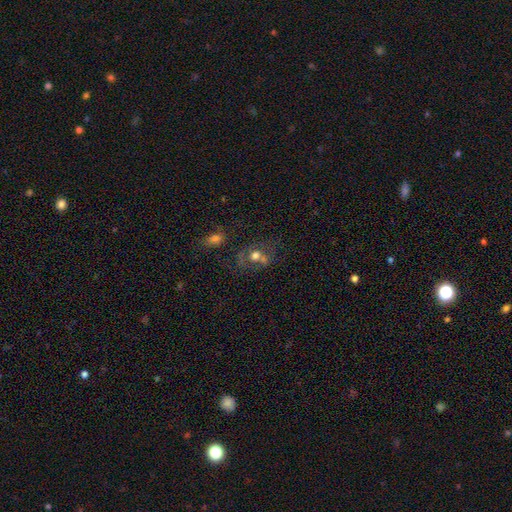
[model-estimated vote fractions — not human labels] Smooth or featured?
  - smooth: 54% *
  - featured or disk: 31%
  - star or artifact: 15%
How rounded?
  - round: 59% *
  - in between: 39%
  - cigar-shaped: 1%
Merging?
  - none: 39% *
  - merger: 35%
  - minor disturbance: 15%
  - major disturbance: 11%